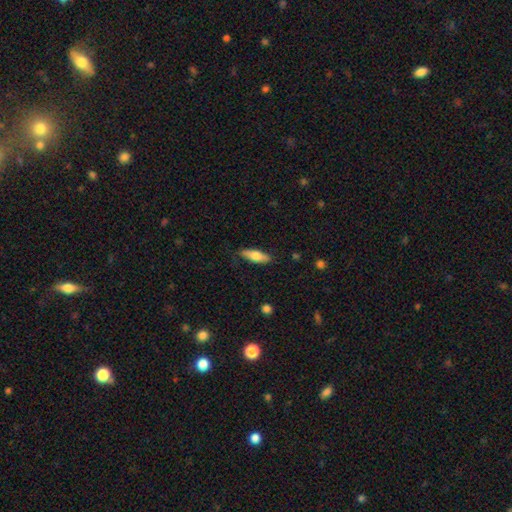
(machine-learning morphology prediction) The model was most divided on "how rounded": in between: 57%, cigar-shaped: 41%, round: 2%. More confident: merging — none (82%); smooth or featured — smooth (72%).